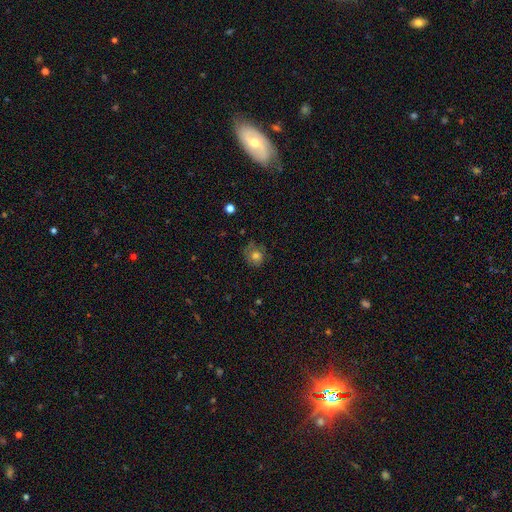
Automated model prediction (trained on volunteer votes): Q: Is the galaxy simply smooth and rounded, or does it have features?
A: smooth — 69%.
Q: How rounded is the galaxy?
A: round — 83%.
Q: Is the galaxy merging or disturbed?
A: none — 64%.